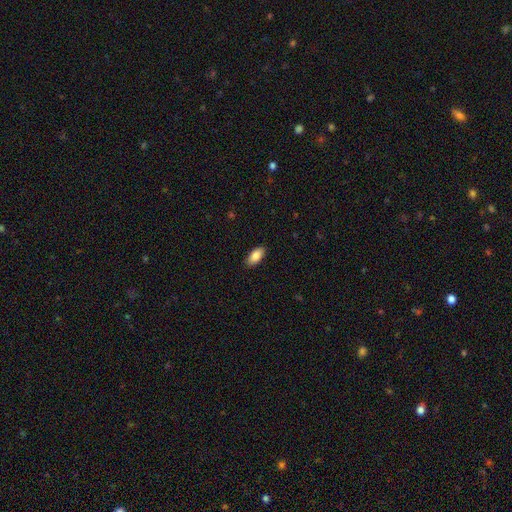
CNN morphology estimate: Smooth or featured: smooth — 86% (featured or disk — 7%)
How rounded: in between — 92% (cigar-shaped — 6%)
Merging: none — 88% (minor disturbance — 9%)